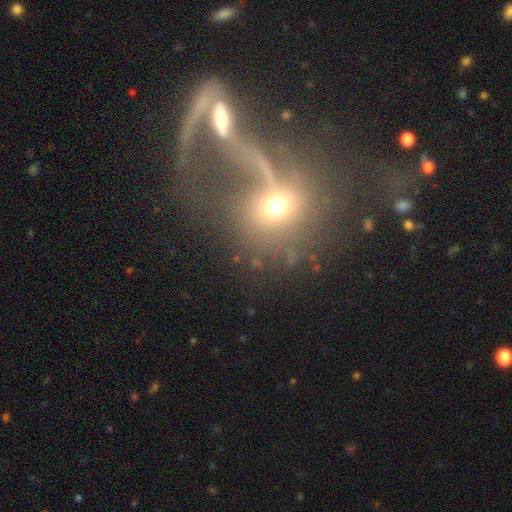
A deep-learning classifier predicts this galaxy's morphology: This appears to be a featured or disk galaxy (42%). Merging: merger (56%).